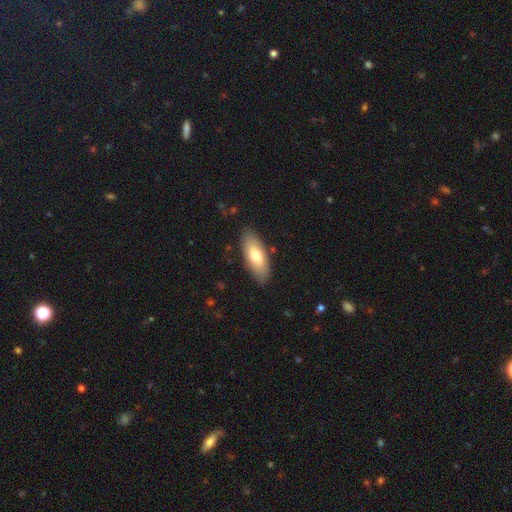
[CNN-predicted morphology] smooth 71%, featured or disk 23%, star or artifact 6%. Down the decision tree: how rounded — in between (82%); merging — none (85%).